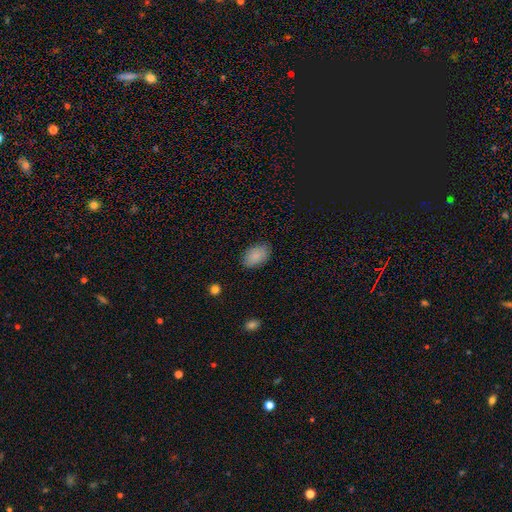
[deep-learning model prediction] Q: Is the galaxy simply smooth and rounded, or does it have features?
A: smooth — 87%.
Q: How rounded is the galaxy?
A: in between — 90%.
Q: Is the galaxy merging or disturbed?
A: none — 84%.